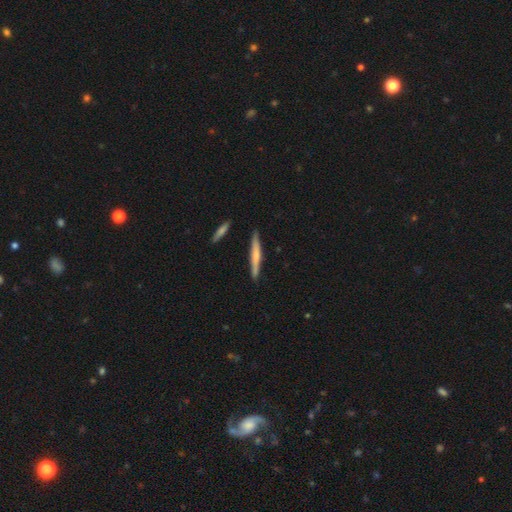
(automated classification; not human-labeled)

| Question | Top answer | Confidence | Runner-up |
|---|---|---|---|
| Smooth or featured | smooth | 49% | featured or disk (46%) |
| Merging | none | 88% | minor disturbance (8%) |